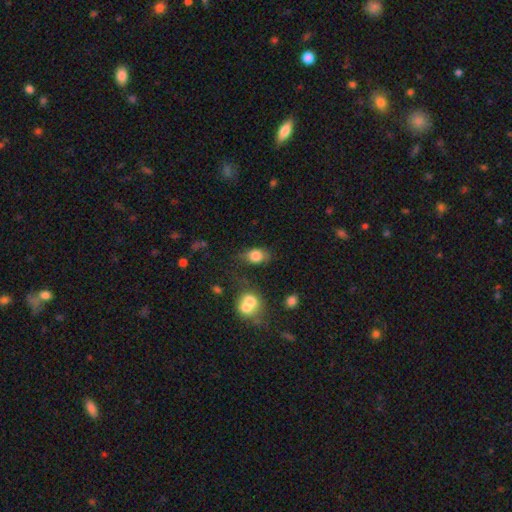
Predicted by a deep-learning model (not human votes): Smooth or featured? Predicted: smooth (p=0.81). How rounded? Predicted: in between (p=0.66). Merging? Predicted: none (p=0.64).